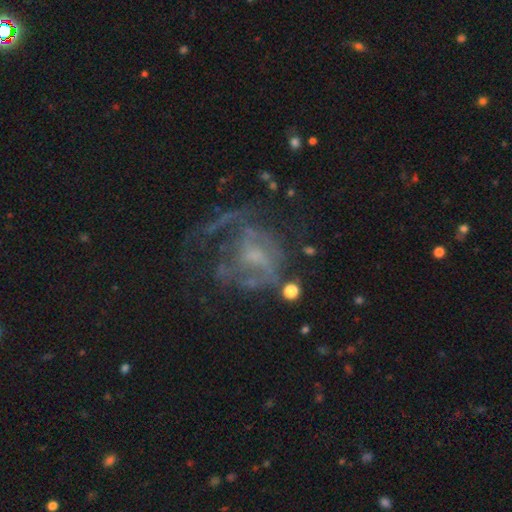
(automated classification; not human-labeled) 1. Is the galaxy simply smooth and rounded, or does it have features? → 72% featured or disk, 15% smooth, 14% star or artifact.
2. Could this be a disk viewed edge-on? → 97% no, 3% yes.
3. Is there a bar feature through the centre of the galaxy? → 58% no, 34% weak, 8% strong.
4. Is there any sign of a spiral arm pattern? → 61% yes, 39% no.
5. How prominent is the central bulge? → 46% small, 26% none, 25% moderate, 3% large, 1% dominant.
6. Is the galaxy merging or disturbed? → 40% major disturbance, 38% none, 17% minor disturbance, 5% merger.